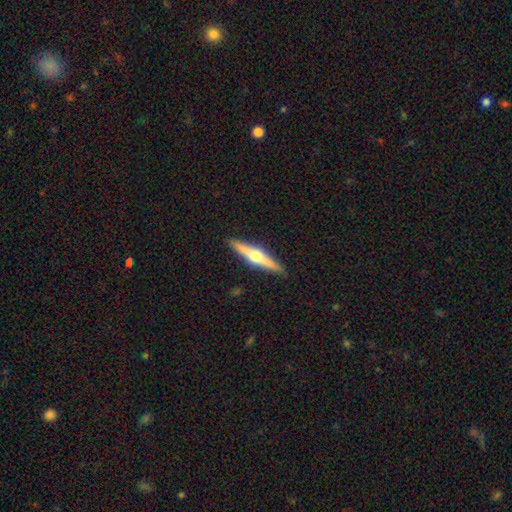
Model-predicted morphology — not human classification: A featured or disk galaxy (70%) viewed edge-on (97%) with a rounded central bulge (96%).

Vote fractions:
- Smooth or featured? featured or disk: 70% / smooth: 25% / star or artifact: 5%
- Edge-on disk? yes: 97% / no: 3%
- Edge-on bulge? rounded: 96% / boxy: 2% / none: 2%
- Merging? none: 91% / minor disturbance: 6% / major disturbance: 1% / merger: 1%